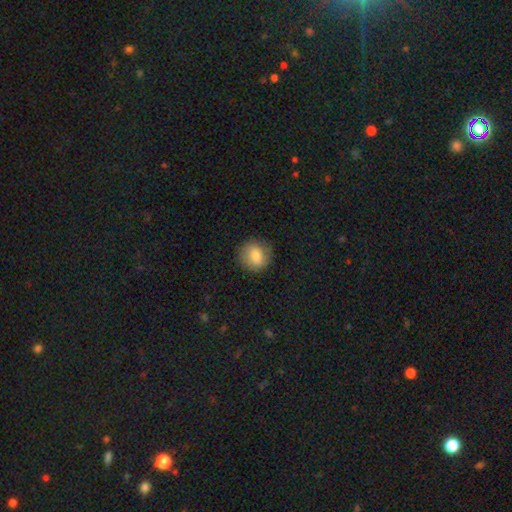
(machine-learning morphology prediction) This is likely a smooth galaxy (80%). How rounded: clearly round (83%). Merging: clearly none (83%).